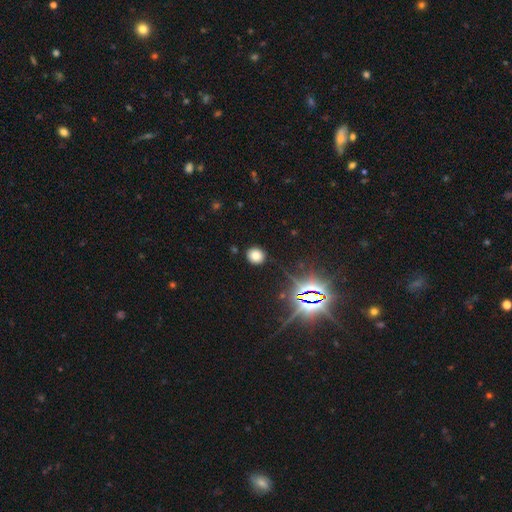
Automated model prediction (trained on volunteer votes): Smooth or featured? Predicted: smooth (p=0.75). How rounded? Predicted: round (p=0.85). Merging? Predicted: none (p=0.89).